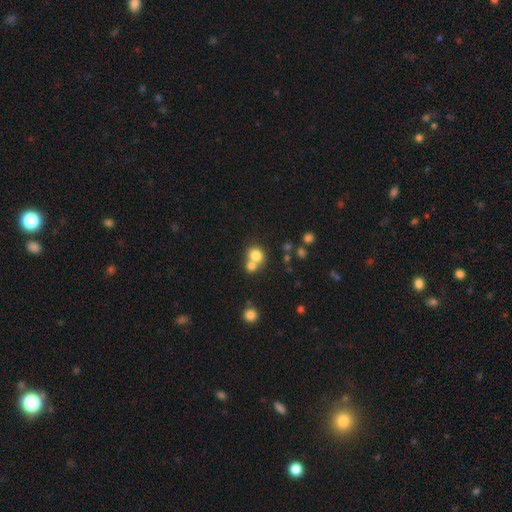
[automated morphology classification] A smooth galaxy with no disk features (76%) that is round (74%). Merging: merger (50%).